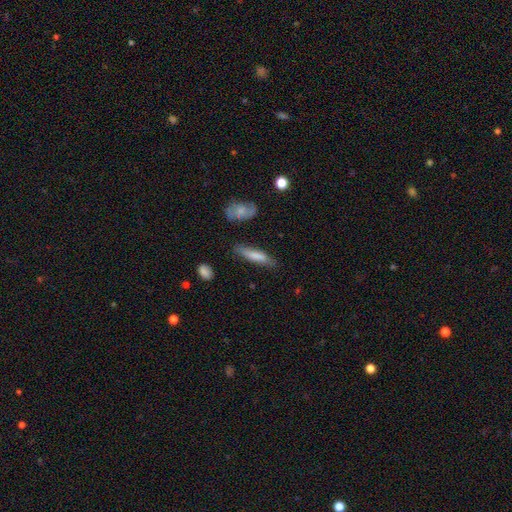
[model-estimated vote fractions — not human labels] Smooth or featured? Predicted: smooth (p=0.75). How rounded? Predicted: cigar-shaped (p=0.77). Merging? Predicted: none (p=0.75).